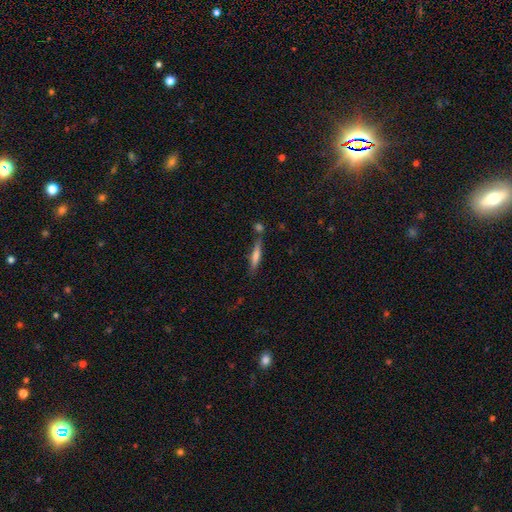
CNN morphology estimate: smooth_or_featured: smooth (p=0.58) [alt: featured or disk p=0.34]
how_rounded: cigar-shaped (p=0.87) [alt: in between p=0.12]
merging: none (p=0.71) [alt: minor disturbance p=0.14]